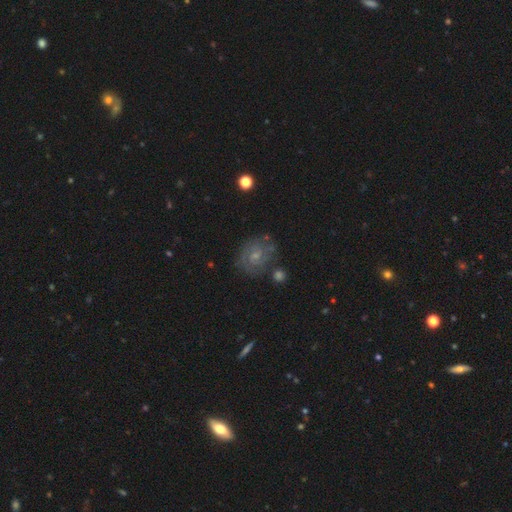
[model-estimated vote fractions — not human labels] Morphology: type=featured or disk (62%); edge-on=no (97%); bar=no (61%); spiral arms=yes (82%); bulge=small (63%); merging=none (71%).